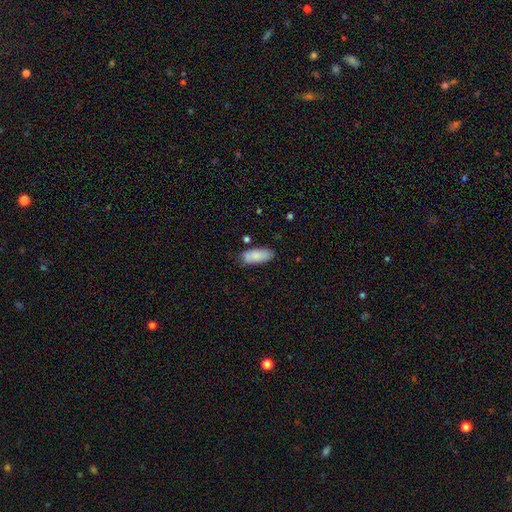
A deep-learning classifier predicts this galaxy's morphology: A smooth galaxy with no disk features (86%) that is in between round and cigar-shaped (82%).

Vote fractions:
- Smooth or featured? smooth: 86% / featured or disk: 7% / star or artifact: 6%
- How rounded? in between: 82% / cigar-shaped: 16% / round: 2%
- Merging? none: 75% / minor disturbance: 18% / merger: 4% / major disturbance: 3%